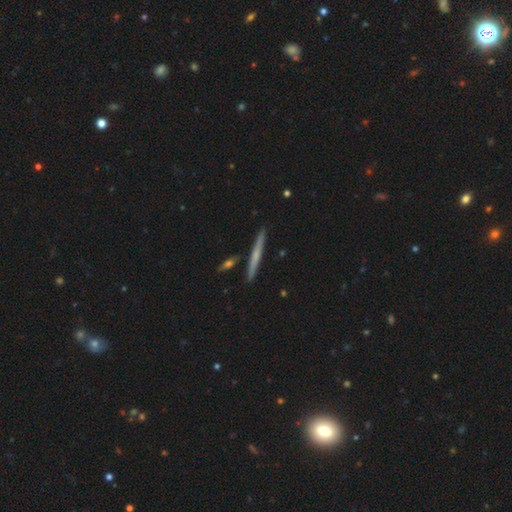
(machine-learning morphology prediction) A featured or disk galaxy (51%) viewed edge-on (97%). Merging: none (90%).